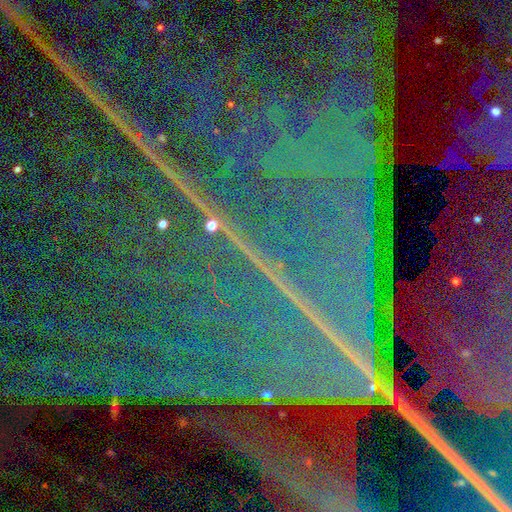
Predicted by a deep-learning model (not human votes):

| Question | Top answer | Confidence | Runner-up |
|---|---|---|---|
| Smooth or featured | star or artifact | 89% | featured or disk (6%) |